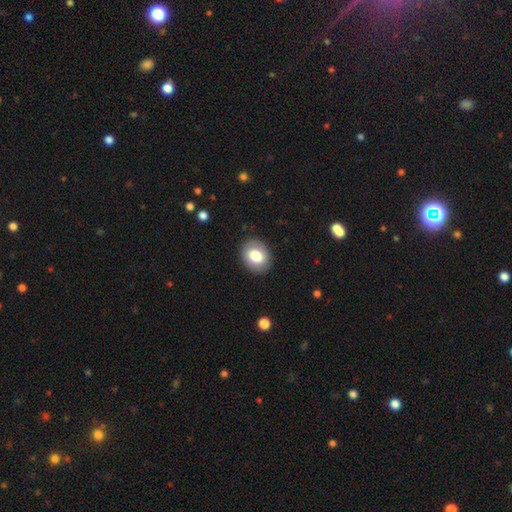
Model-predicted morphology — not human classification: This is likely a smooth galaxy (79%). How rounded: possibly in between (55%). Merging: clearly none (88%).